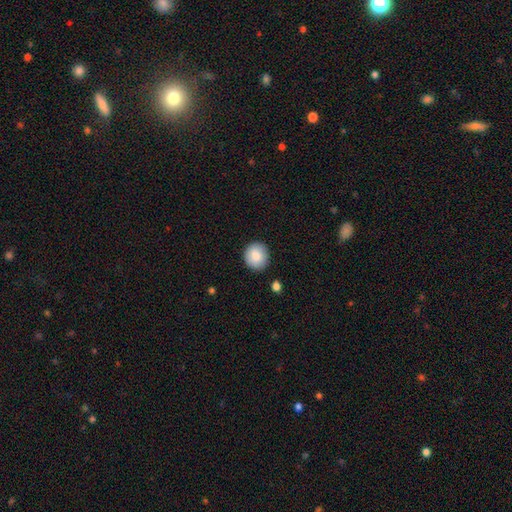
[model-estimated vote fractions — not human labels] Q: Smooth or featured?
A: smooth (86%); runner-up: featured or disk (7%)
Q: How rounded?
A: round (86%); runner-up: in between (14%)
Q: Merging?
A: none (89%); runner-up: minor disturbance (8%)